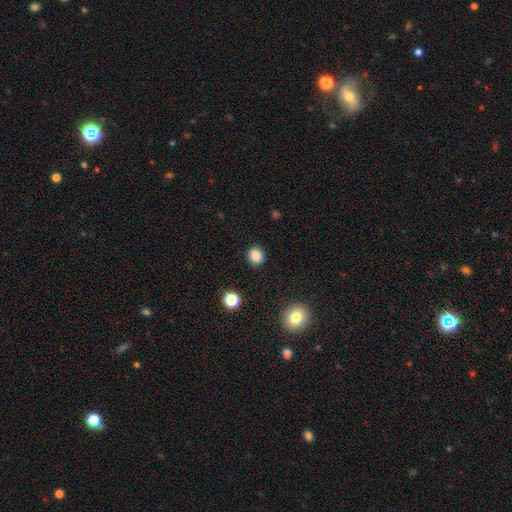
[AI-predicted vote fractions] A smooth galaxy with no disk features (84%) that is round (81%).

Vote fractions:
- Smooth or featured? smooth: 84% / star or artifact: 11% / featured or disk: 5%
- How rounded? round: 81% / in between: 19% / cigar-shaped: 1%
- Merging? none: 90% / minor disturbance: 7% / major disturbance: 2% / merger: 1%